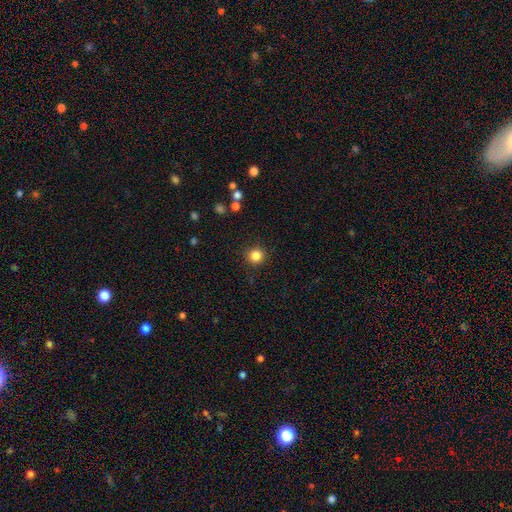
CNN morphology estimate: smooth-or-featured: smooth: 84% | star or artifact: 12% | featured or disk: 5%
  how-rounded: round: 94% | in between: 6% | cigar-shaped: 1%
  merging: none: 91% | minor disturbance: 5% | major disturbance: 2% | merger: 1%